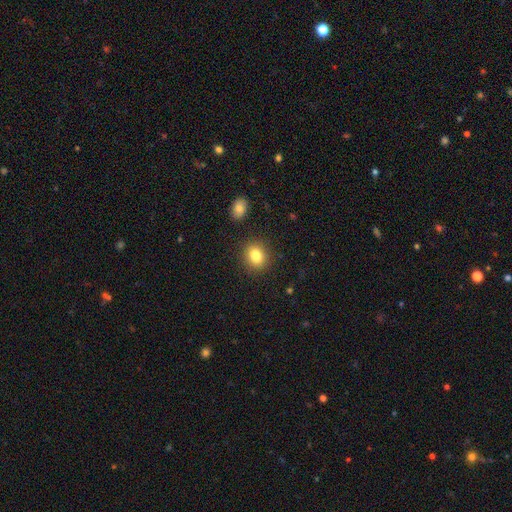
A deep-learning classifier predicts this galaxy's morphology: The model was most divided on "how rounded": round: 68%, in between: 31%, cigar-shaped: 1%. More confident: merging — none (88%); smooth or featured — smooth (83%).